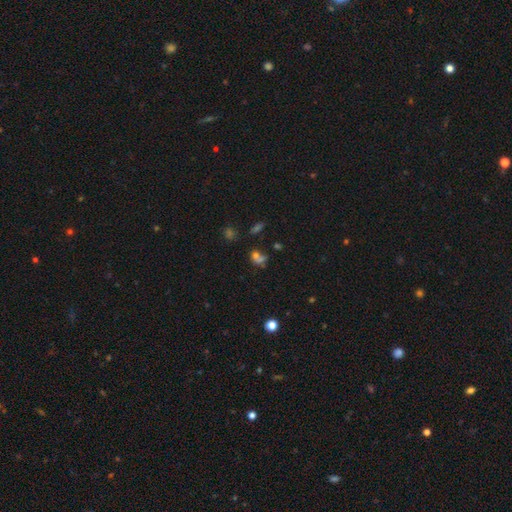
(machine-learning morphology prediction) Q: Smooth or featured?
A: smooth (60%); runner-up: star or artifact (24%)
Q: How rounded?
A: round (49%); runner-up: in between (48%)
Q: Merging?
A: merger (44%); runner-up: none (33%)